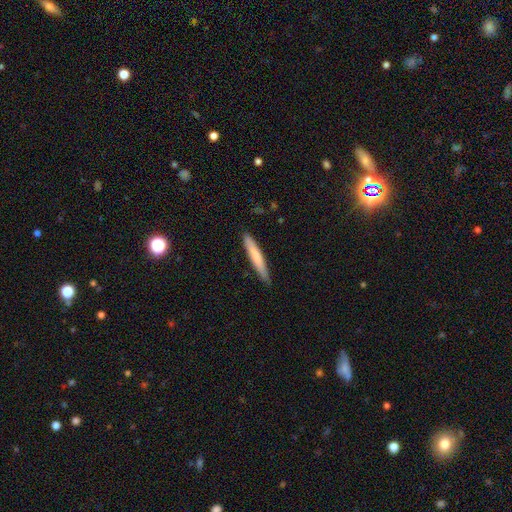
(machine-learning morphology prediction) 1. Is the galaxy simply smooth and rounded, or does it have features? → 71% smooth, 24% featured or disk, 5% star or artifact.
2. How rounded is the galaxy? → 94% cigar-shaped, 4% in between, 1% round.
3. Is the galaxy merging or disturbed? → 86% none, 11% minor disturbance, 2% major disturbance, 1% merger.